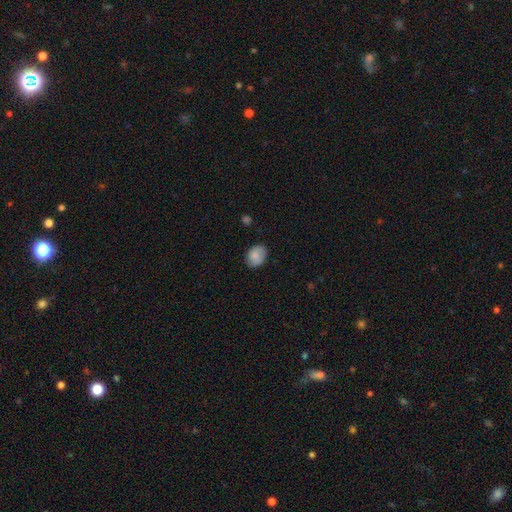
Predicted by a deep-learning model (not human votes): This appears to be a smooth galaxy with no disk features (83%) that is in between round and cigar-shaped (68%). Merging: none (81%).